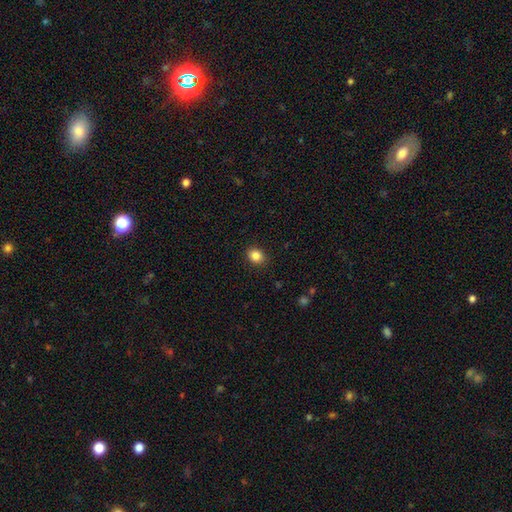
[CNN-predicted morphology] Smooth or featured: smooth — 85% (star or artifact — 10%)
How rounded: round — 59% (in between — 40%)
Merging: none — 89% (minor disturbance — 8%)